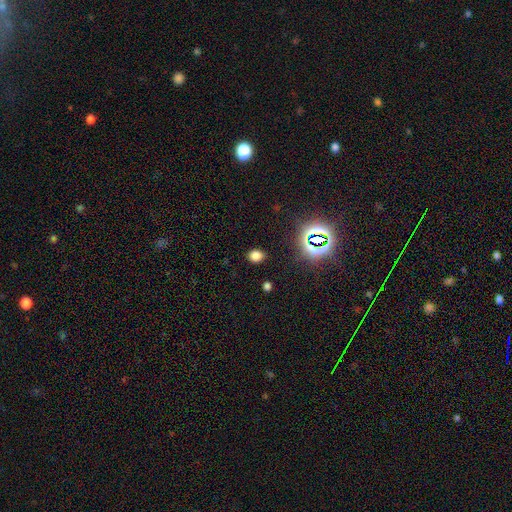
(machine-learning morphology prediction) Smooth or featured? smooth (73%)
How rounded? round (51%)
Merging? none (87%)